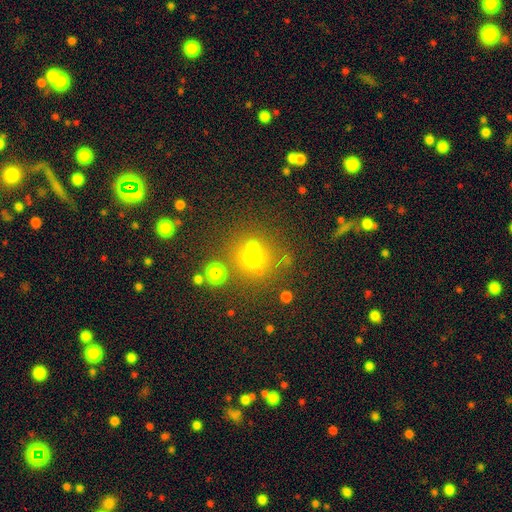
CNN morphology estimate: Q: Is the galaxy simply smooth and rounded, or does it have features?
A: smooth — 61%.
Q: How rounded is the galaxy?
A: round — 90%.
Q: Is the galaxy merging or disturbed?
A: none — 66%.